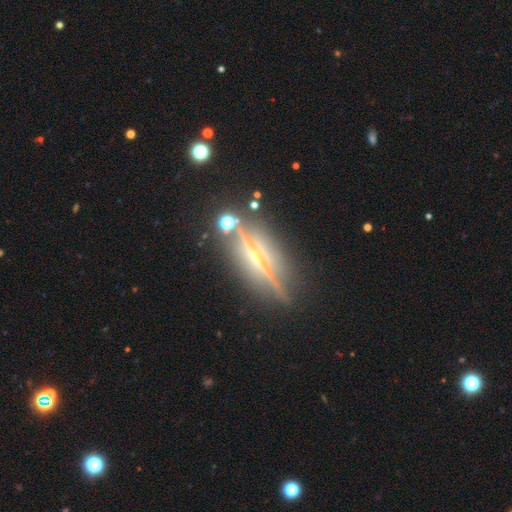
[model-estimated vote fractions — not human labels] This is likely a featured or disk galaxy (79%). It is clearly viewed edge-on (94%). Edge-on bulge: likely rounded (74%). Merging: clearly none (82%).